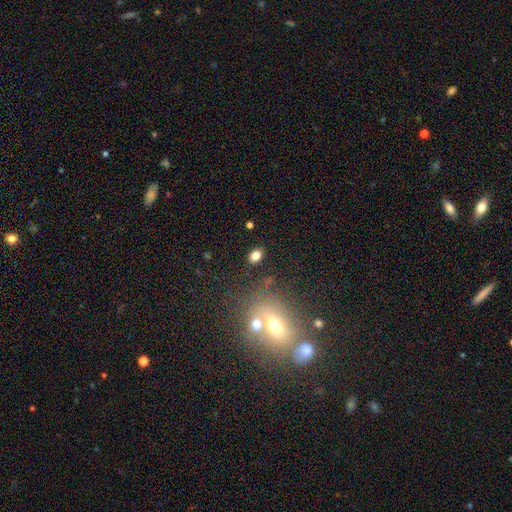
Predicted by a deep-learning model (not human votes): This is likely a smooth galaxy (79%). How rounded: likely in between (78%). Merging: clearly none (83%).